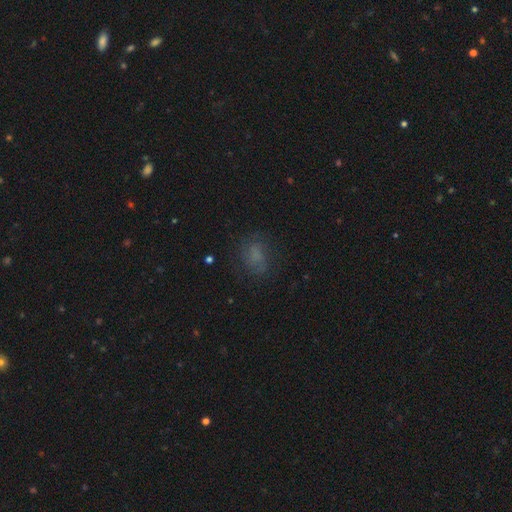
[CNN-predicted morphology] type=smooth (63%); roundness=in between (67%); merging=none (68%).